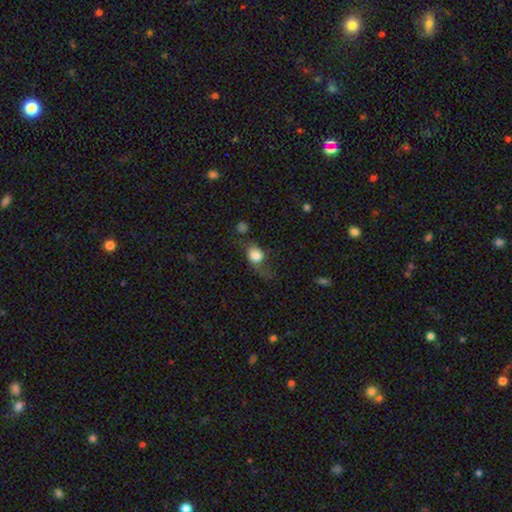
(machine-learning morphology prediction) smooth-or-featured: smooth: 76% | featured or disk: 15% | star or artifact: 9%
  how-rounded: in between: 56% | round: 41% | cigar-shaped: 3%
  merging: major disturbance: 35% | none: 33% | minor disturbance: 26% | merger: 6%